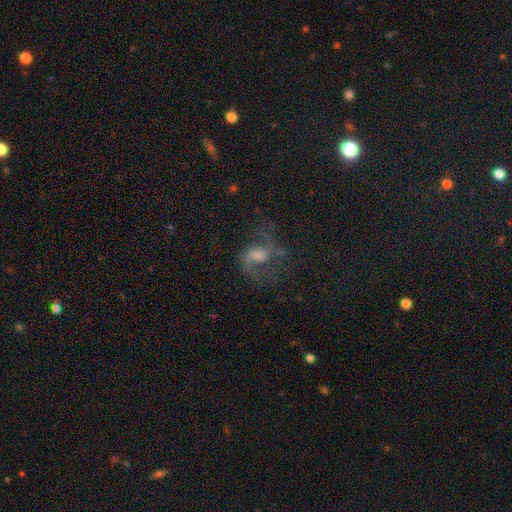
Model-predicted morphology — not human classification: Q: Smooth or featured?
A: featured or disk (65%); runner-up: star or artifact (21%)
Q: Edge-on disk?
A: no (96%); runner-up: yes (4%)
Q: Bar?
A: weak (48%); runner-up: no (35%)
Q: Spiral arms?
A: yes (88%); runner-up: no (12%)
Q: Spiral winding?
A: loose (52%); runner-up: medium (38%)
Q: Spiral arm count?
A: 2 (76%); runner-up: can't tell (11%)
Q: Bulge size?
A: moderate (44%); runner-up: small (30%)
Q: Merging?
A: none (59%); runner-up: major disturbance (22%)